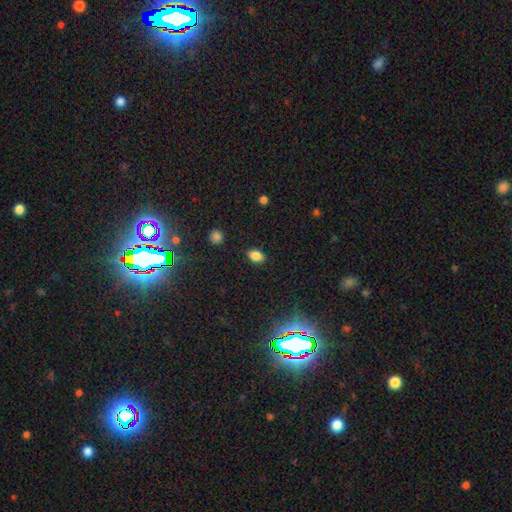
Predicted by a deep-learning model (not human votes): smooth_or_featured: smooth (p=0.84) [alt: star or artifact p=0.11]
how_rounded: in between (p=0.84) [alt: round p=0.15]
merging: none (p=0.87) [alt: minor disturbance p=0.09]